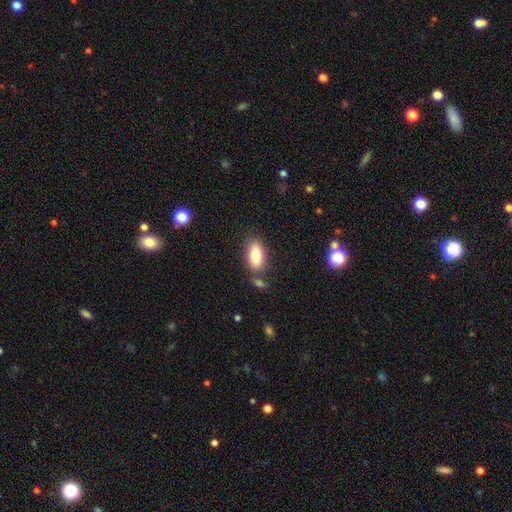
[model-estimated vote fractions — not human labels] Q: Smooth or featured?
A: smooth (81%); runner-up: featured or disk (12%)
Q: How rounded?
A: in between (89%); runner-up: cigar-shaped (7%)
Q: Merging?
A: none (74%); runner-up: minor disturbance (13%)